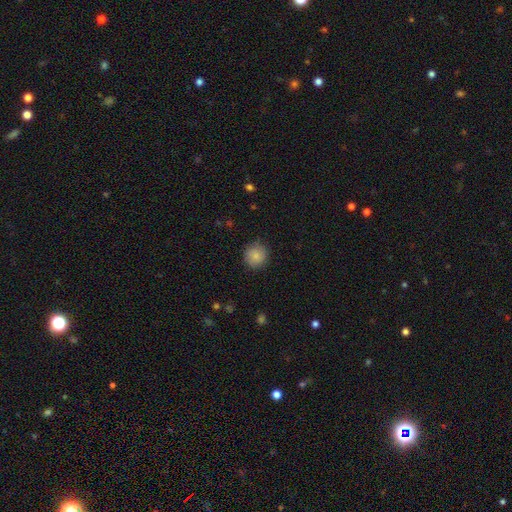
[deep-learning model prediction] smooth-or-featured: smooth: 83% | featured or disk: 9% | star or artifact: 8%
  how-rounded: round: 92% | in between: 7% | cigar-shaped: 1%
  merging: none: 85% | minor disturbance: 11% | major disturbance: 3% | merger: 1%